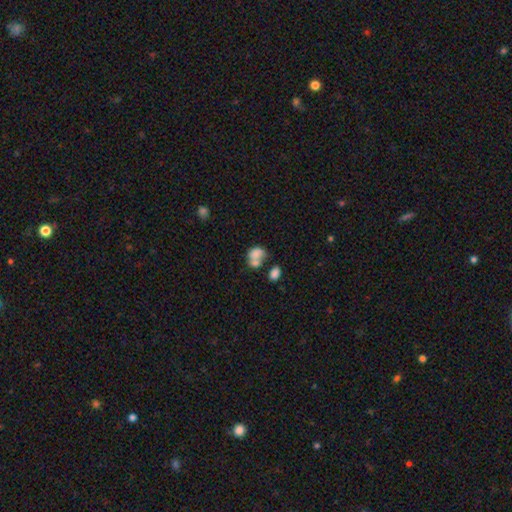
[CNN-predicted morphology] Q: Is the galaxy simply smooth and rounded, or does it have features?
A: smooth — 73%.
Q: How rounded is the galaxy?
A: in between — 70%.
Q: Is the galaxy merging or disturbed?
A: merger — 59%.